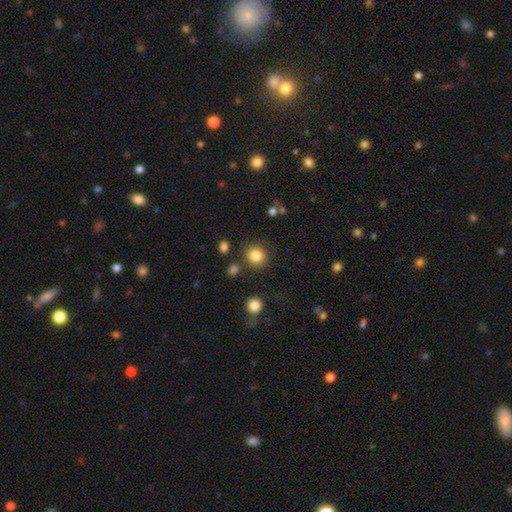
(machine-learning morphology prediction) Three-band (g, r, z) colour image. It shows a smooth galaxy with no disk features (85%) that is round (87%). Merging: none (83%).